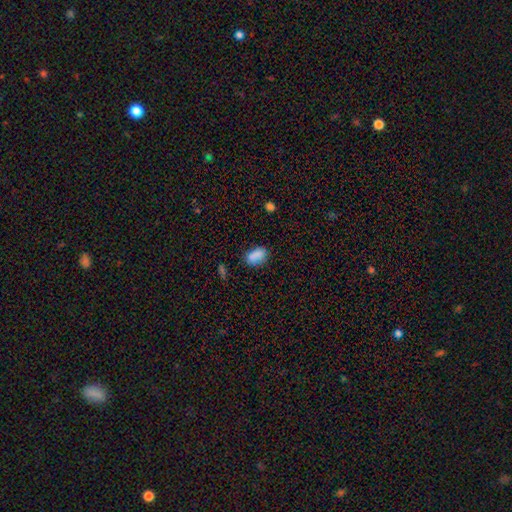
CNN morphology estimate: A smooth galaxy with no disk features (85%) that is in between round and cigar-shaped (87%). Merging: none (74%).